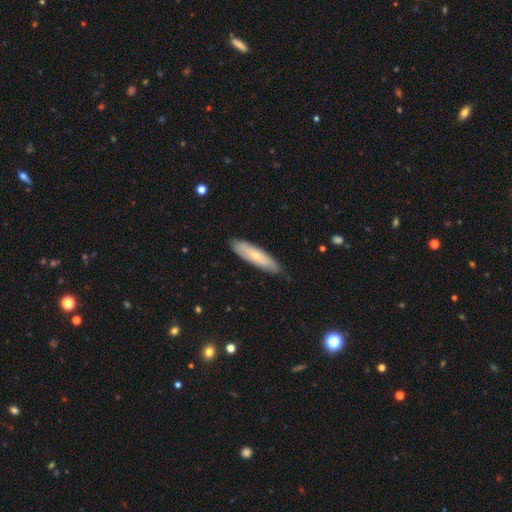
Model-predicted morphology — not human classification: The model was most divided on "smooth or featured": smooth: 59%, featured or disk: 35%, star or artifact: 6%. More confident: merging — none (79%); how rounded — cigar-shaped (68%).